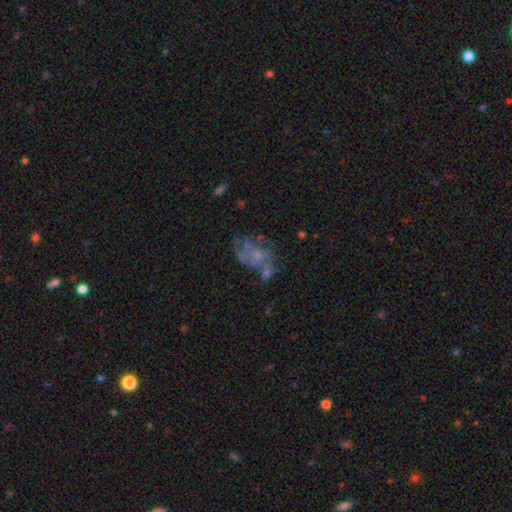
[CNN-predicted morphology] This is likely a featured or disk galaxy (63%). It is clearly not viewed edge-on (98%). Bar: clearly no (82%). Spiral arm pattern: possibly no (51%). Central bulge: marginally small (37%). Merging: marginally none (40%).